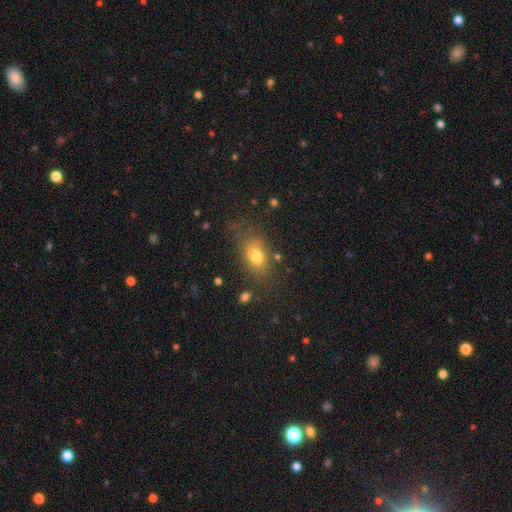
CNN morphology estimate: Smooth or featured?
  - smooth: 72% *
  - featured or disk: 14%
  - star or artifact: 13%
How rounded?
  - in between: 81% *
  - round: 13%
  - cigar-shaped: 6%
Merging?
  - none: 66% *
  - minor disturbance: 19%
  - major disturbance: 9%
  - merger: 7%